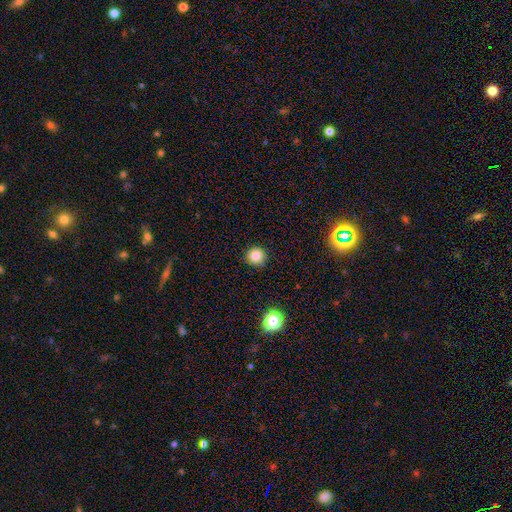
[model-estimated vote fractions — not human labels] A smooth galaxy with no disk features (84%) that is round (94%).

Vote fractions:
- Smooth or featured? smooth: 84% / star or artifact: 12% / featured or disk: 4%
- How rounded? round: 94% / in between: 5% / cigar-shaped: 1%
- Merging? none: 89% / minor disturbance: 8% / major disturbance: 2% / merger: 1%